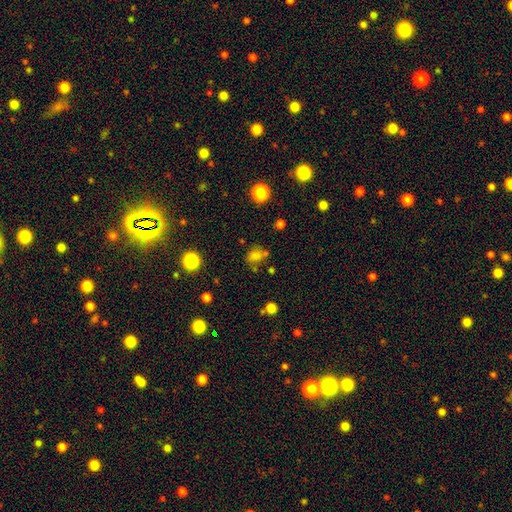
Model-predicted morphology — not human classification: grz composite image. It shows a smooth galaxy with no disk features (73%) that is round (51%). Merging: none (60%).